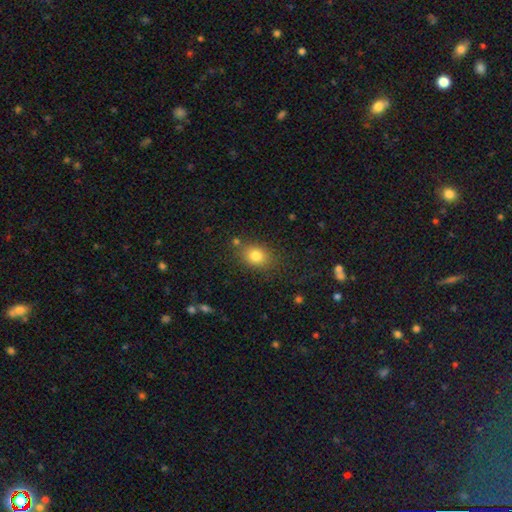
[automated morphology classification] A smooth galaxy with no disk features (81%) that is in between round and cigar-shaped (54%). Merging: none (76%).